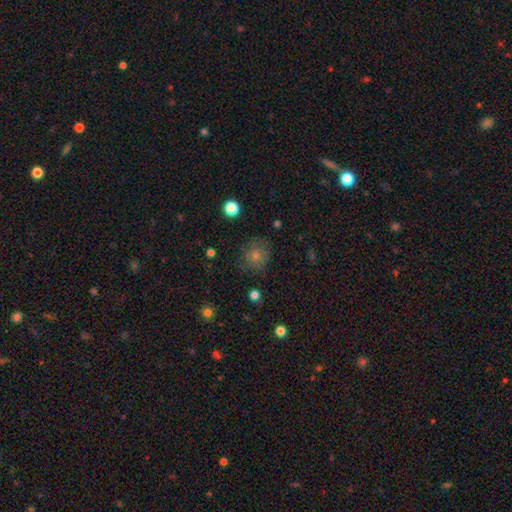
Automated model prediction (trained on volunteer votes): smooth-or-featured: smooth: 61% | star or artifact: 21% | featured or disk: 17%
  how-rounded: round: 83% | in between: 16% | cigar-shaped: 1%
  merging: none: 77% | minor disturbance: 15% | major disturbance: 6% | merger: 2%